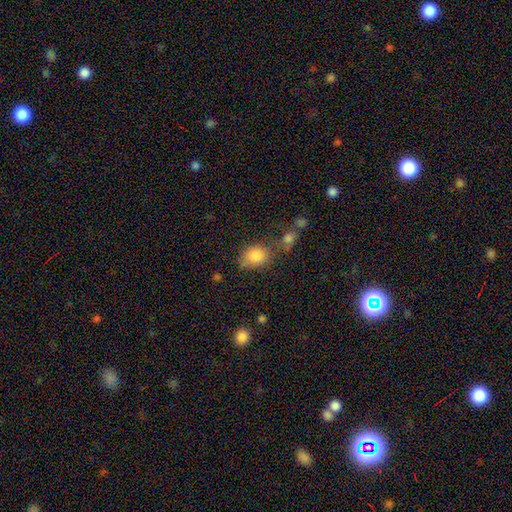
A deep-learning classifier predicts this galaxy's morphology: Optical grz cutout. It shows a smooth galaxy with no disk features (84%) that is in between round and cigar-shaped (59%). Merging: none (52%).